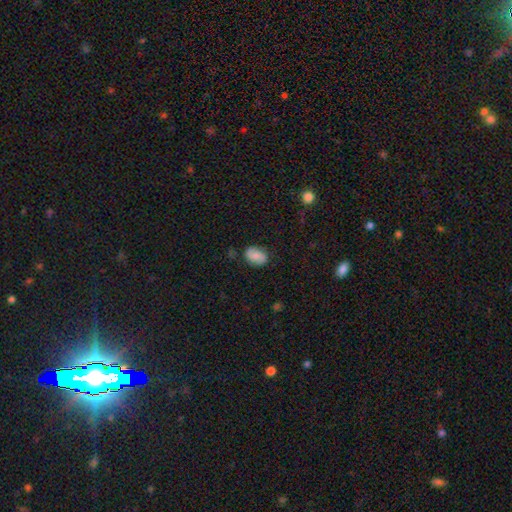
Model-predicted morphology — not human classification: smooth-or-featured: smooth: 68% | featured or disk: 23% | star or artifact: 9%
  how-rounded: in between: 81% | round: 18% | cigar-shaped: 1%
  merging: none: 78% | minor disturbance: 17% | major disturbance: 4% | merger: 2%